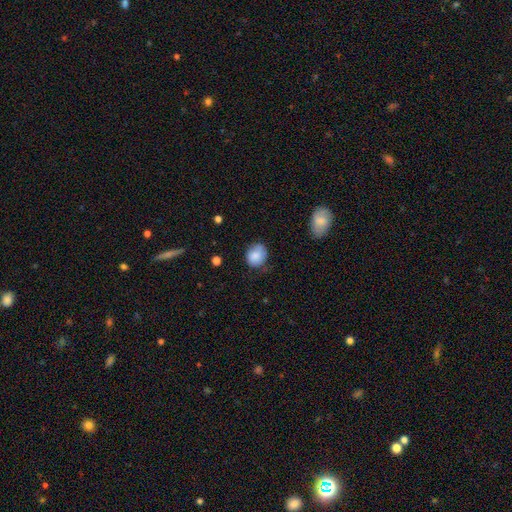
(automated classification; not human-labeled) smooth_or_featured: smooth (p=0.82) [alt: featured or disk p=0.11]
how_rounded: round (p=0.63) [alt: in between p=0.36]
merging: none (p=0.60) [alt: minor disturbance p=0.30]